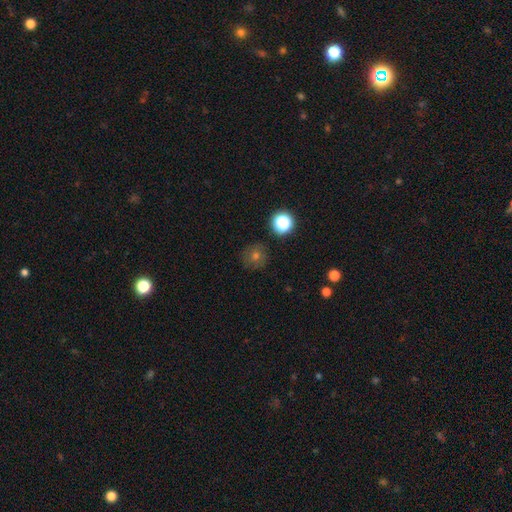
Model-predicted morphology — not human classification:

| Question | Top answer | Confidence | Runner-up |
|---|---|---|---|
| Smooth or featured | smooth | 62% | star or artifact (24%) |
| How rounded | round | 94% | in between (5%) |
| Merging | none | 86% | minor disturbance (9%) |